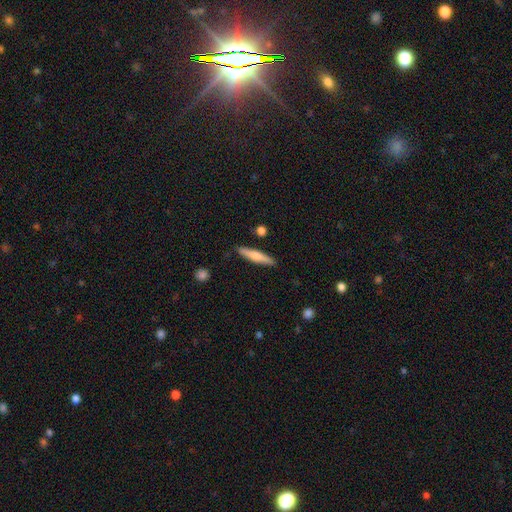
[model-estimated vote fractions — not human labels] A smooth galaxy with no disk features (63%) that is cigar-shaped (89%). Merging: none (88%).